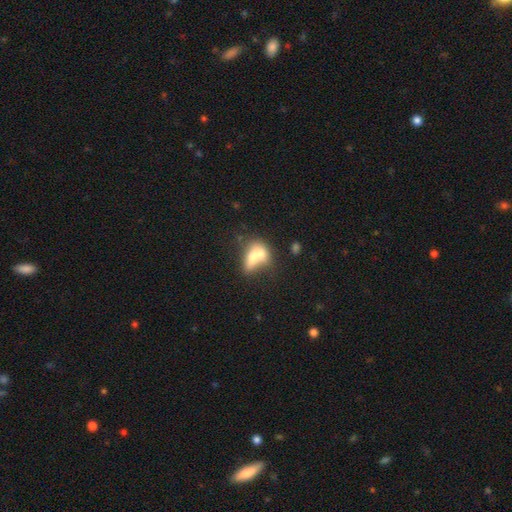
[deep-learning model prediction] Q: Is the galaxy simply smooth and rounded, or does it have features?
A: smooth — 64%.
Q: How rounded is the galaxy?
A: in between — 72%.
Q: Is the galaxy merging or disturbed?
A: merger — 67%.